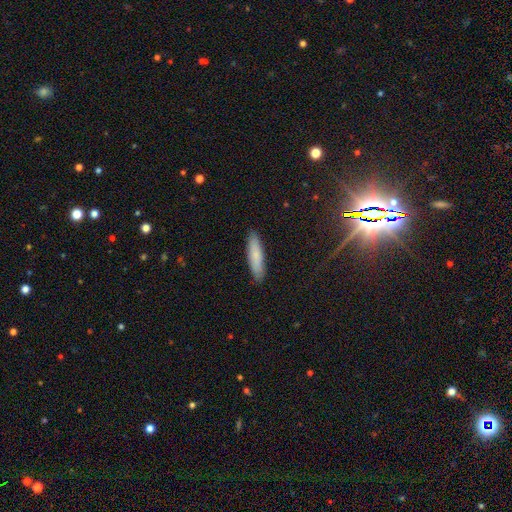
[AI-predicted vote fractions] smooth 76%, featured or disk 17%, star or artifact 7%. Down the decision tree: how rounded — cigar-shaped (77%); merging — none (90%).